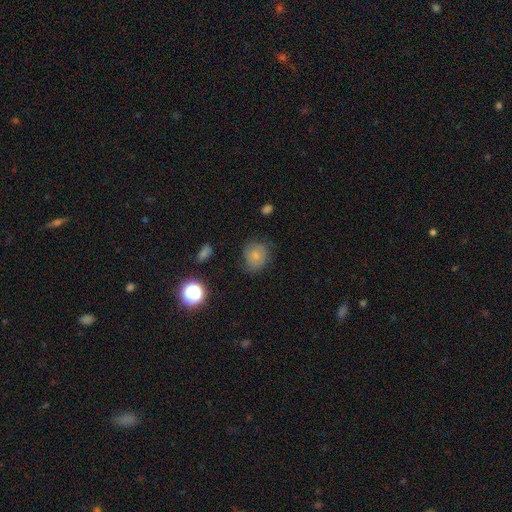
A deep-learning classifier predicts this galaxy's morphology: The model was most divided on "merging": none: 71%, minor disturbance: 21%, major disturbance: 7%, merger: 2%. More confident: how rounded — round (76%); smooth or featured — smooth (74%).